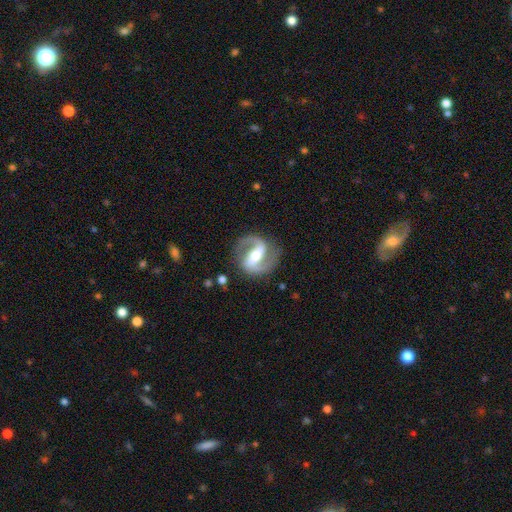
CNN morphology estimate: Overall: featured or disk (89%). Edge-on disk: no (97%). Bar: strong (60%; weak 28%). Spiral arms: yes (95%). Spiral arm count: 2 (91%). Spiral winding: medium (56%; loose 23%). Bulge size: moderate (60%; small 28%). Merging: none (83%).